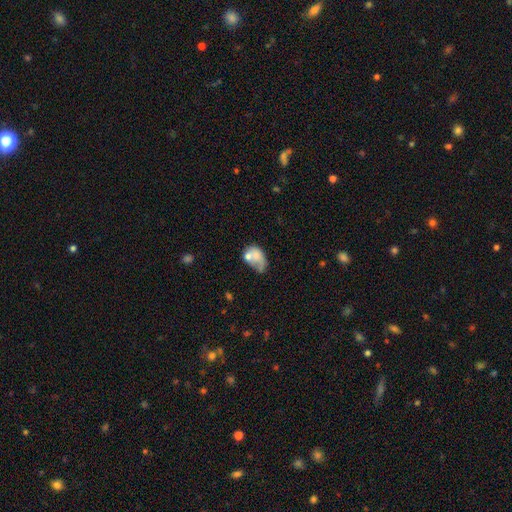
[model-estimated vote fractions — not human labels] Q: Smooth or featured?
A: smooth (62%); runner-up: featured or disk (28%)
Q: How rounded?
A: in between (78%); runner-up: round (20%)
Q: Merging?
A: merger (32%); runner-up: major disturbance (25%)